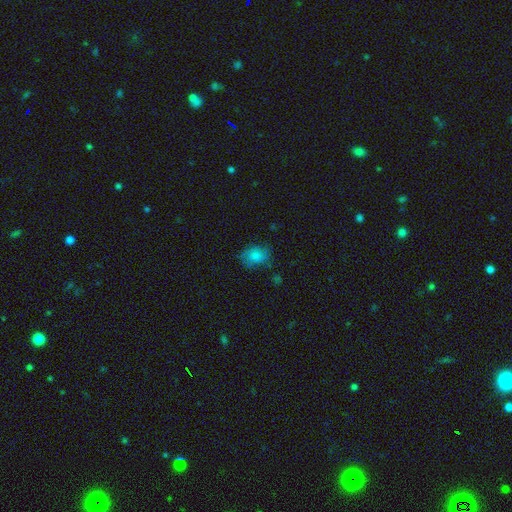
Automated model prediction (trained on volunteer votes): This is likely a smooth galaxy (77%). How rounded: possibly in between (51%). Merging: likely none (65%).